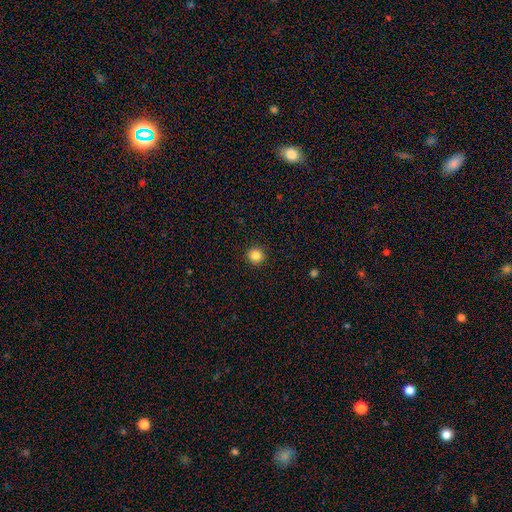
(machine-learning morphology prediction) This is clearly a smooth galaxy (85%). How rounded: clearly round (95%). Merging: clearly none (93%).